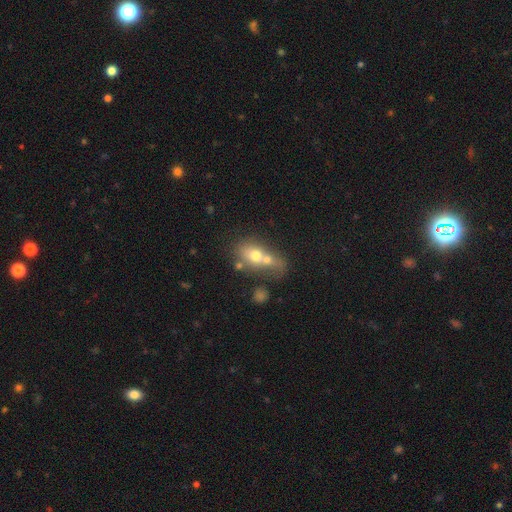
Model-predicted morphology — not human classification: This appears to be a smooth galaxy with no disk features (64%) that is in between round and cigar-shaped (60%). Merging: merger (67%).